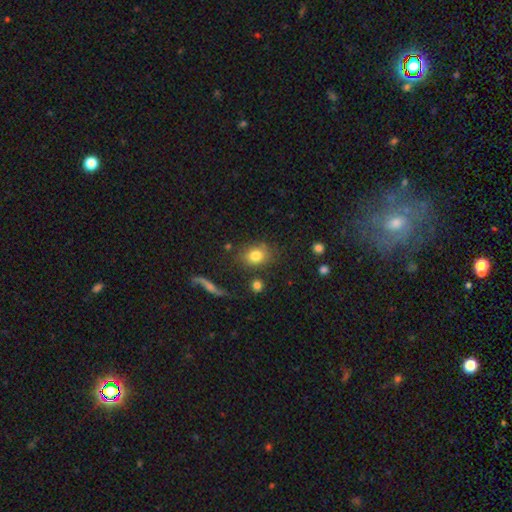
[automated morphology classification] type=smooth (79%); roundness=in between (54%); merging=none (74%).